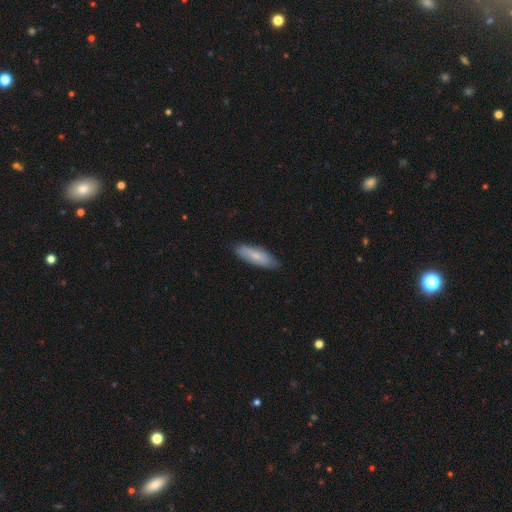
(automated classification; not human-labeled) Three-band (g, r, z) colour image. It shows a smooth galaxy with no disk features (72%) that is in between round and cigar-shaped (51%). Merging: none (82%).